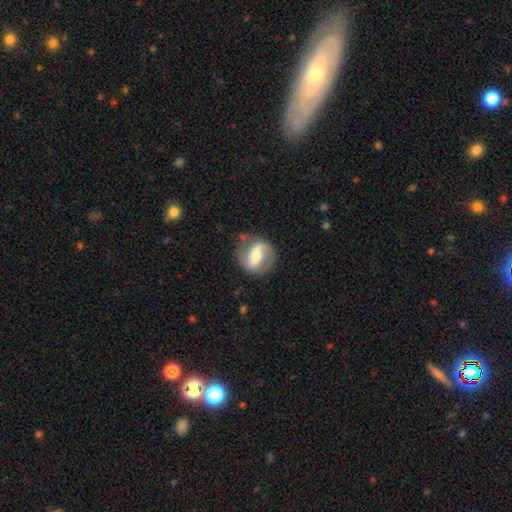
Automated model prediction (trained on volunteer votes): Overall: featured or disk (77%). Edge-on disk: no (97%). Bar: strong (45%; weak 37%). Spiral arms: yes (90%). Spiral arm count: 2 (85%). Spiral winding: medium (49%; tight 26%). Bulge size: moderate (58%; small 30%). Merging: none (76%).